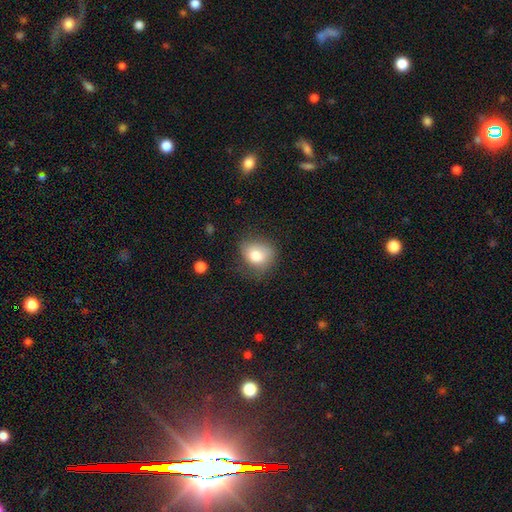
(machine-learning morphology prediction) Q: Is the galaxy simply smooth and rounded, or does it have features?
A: smooth — 79%.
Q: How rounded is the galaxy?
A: round — 57%.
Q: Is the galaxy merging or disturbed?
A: none — 50%.